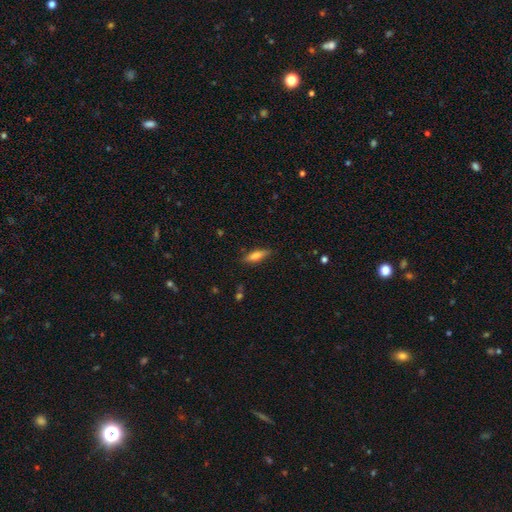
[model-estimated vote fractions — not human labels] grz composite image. It shows a smooth galaxy with no disk features (72%) that is cigar-shaped (53%). Merging: none (84%).